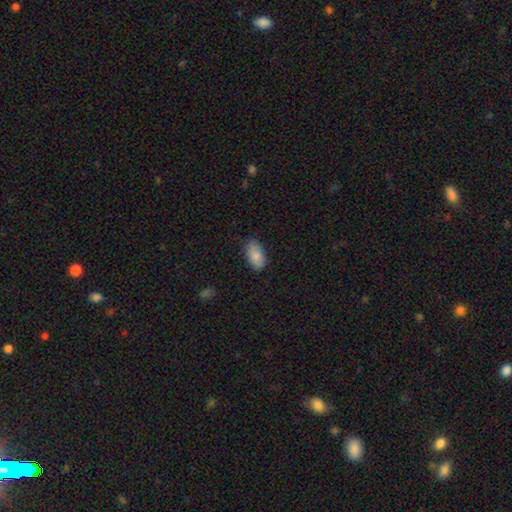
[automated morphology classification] Smooth or featured? Predicted: smooth (p=0.86). How rounded? Predicted: in between (p=0.93). Merging? Predicted: none (p=0.81).